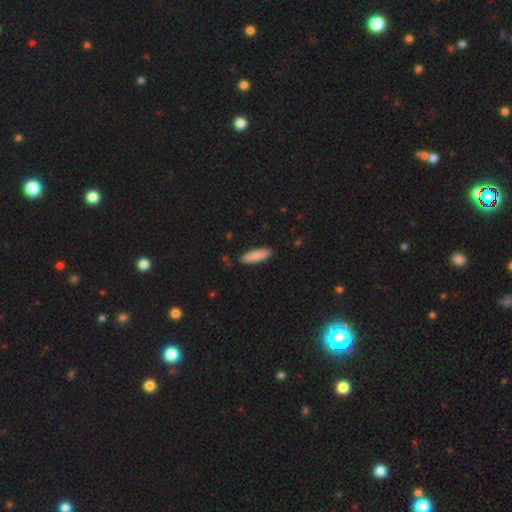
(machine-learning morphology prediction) type=smooth (87%); roundness=cigar-shaped (58%); merging=none (88%).